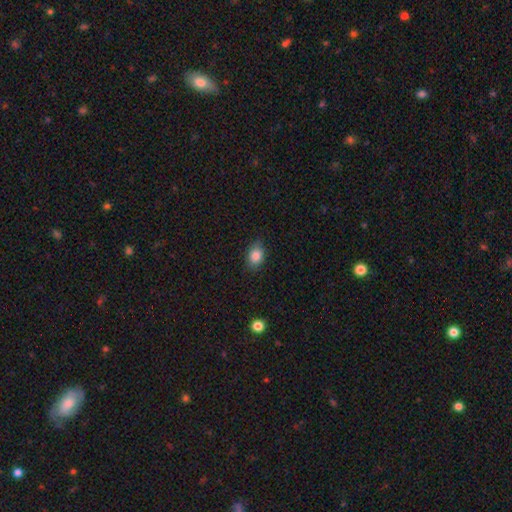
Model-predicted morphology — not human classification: A smooth galaxy with no disk features (85%) that is in between round and cigar-shaped (72%).

Vote fractions:
- Smooth or featured? smooth: 85% / star or artifact: 9% / featured or disk: 6%
- How rounded? in between: 72% / round: 27% / cigar-shaped: 1%
- Merging? none: 83% / minor disturbance: 13% / major disturbance: 3% / merger: 1%